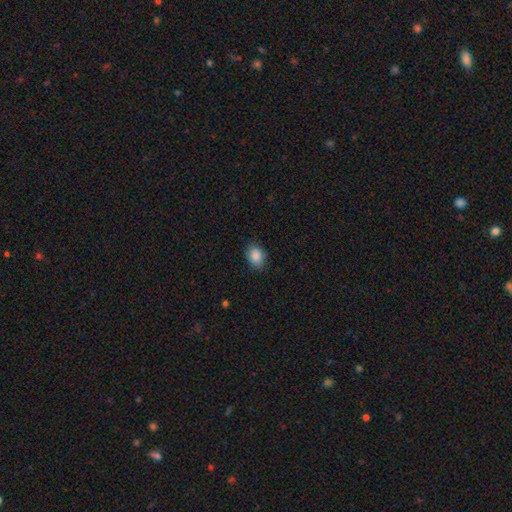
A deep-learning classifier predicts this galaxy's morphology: This is clearly a smooth galaxy (88%). How rounded: likely in between (66%). Merging: clearly none (85%).